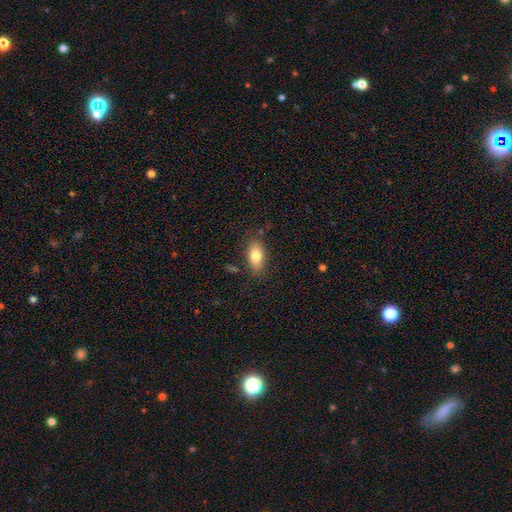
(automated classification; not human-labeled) This is clearly a smooth galaxy (82%). How rounded: clearly in between (89%). Merging: clearly none (81%).